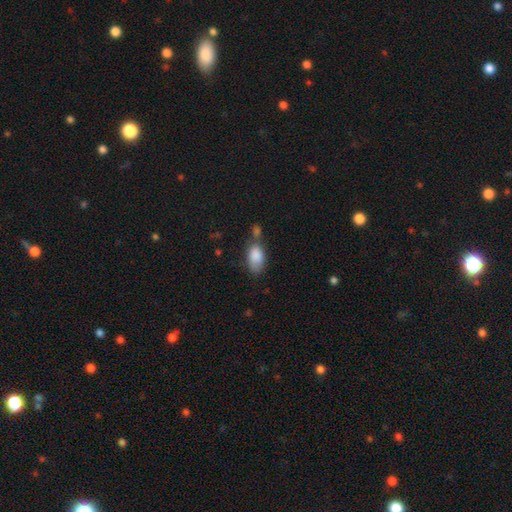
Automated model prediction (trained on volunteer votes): Q: Smooth or featured?
A: smooth (85%); runner-up: star or artifact (7%)
Q: How rounded?
A: in between (91%); runner-up: round (6%)
Q: Merging?
A: none (43%); runner-up: minor disturbance (26%)